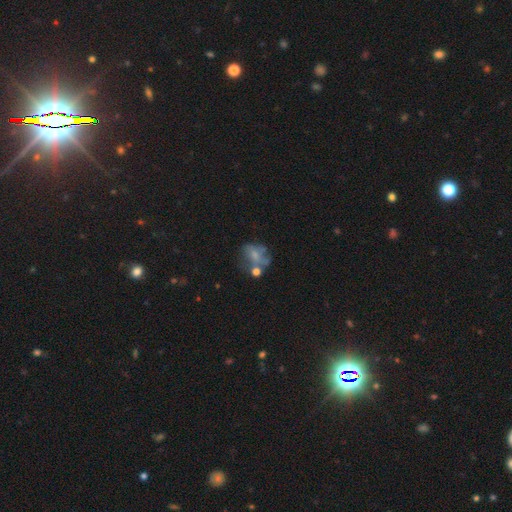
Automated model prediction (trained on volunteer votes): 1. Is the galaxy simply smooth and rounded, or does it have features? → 46% smooth, 40% featured or disk, 13% star or artifact.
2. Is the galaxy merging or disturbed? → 34% none, 25% major disturbance, 21% minor disturbance, 21% merger.